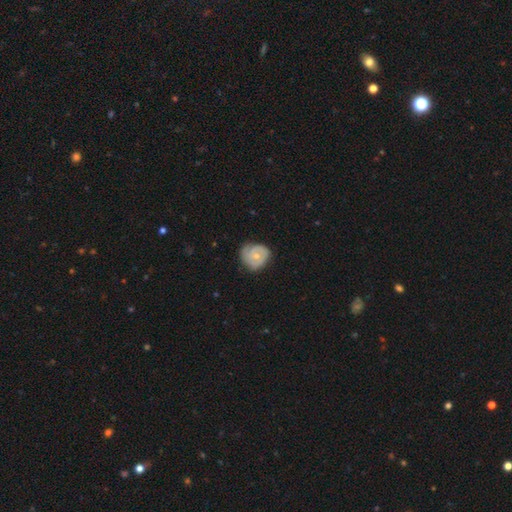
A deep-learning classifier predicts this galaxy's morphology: Q: Smooth or featured?
A: featured or disk (58%); runner-up: smooth (36%)
Q: Edge-on disk?
A: no (97%); runner-up: yes (3%)
Q: Bar?
A: no (77%); runner-up: weak (20%)
Q: Spiral arms?
A: yes (79%); runner-up: no (21%)
Q: Bulge size?
A: small (49%); runner-up: moderate (47%)
Q: Merging?
A: none (60%); runner-up: minor disturbance (30%)